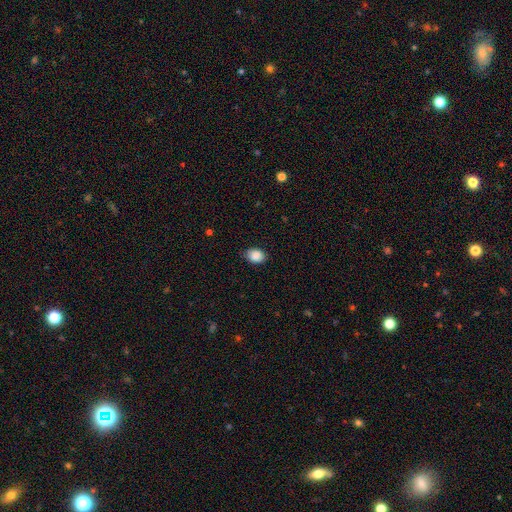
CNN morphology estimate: This appears to be a smooth galaxy with no disk features (89%) that is in between round and cigar-shaped (72%). Merging: none (79%).